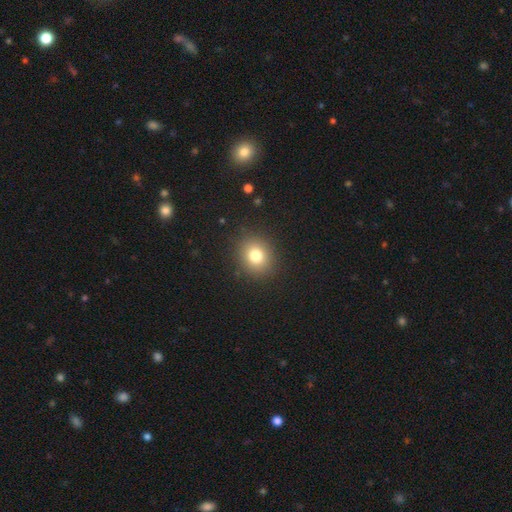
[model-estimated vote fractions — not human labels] This appears to be a smooth galaxy with no disk features (78%) that is round (72%). Merging: none (89%).